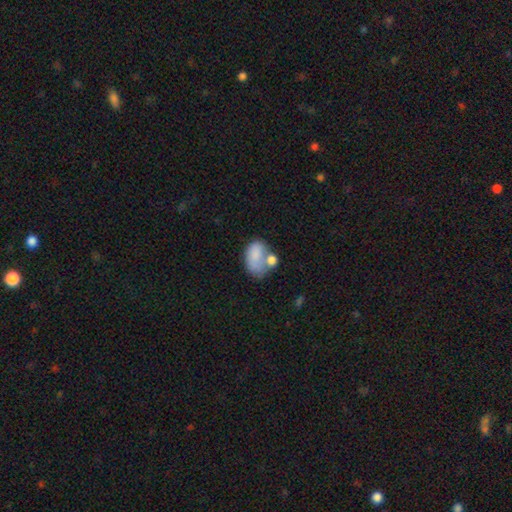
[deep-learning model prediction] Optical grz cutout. It shows a smooth galaxy with no disk features (75%) that is in between round and cigar-shaped (86%). Merging: merger (37%).